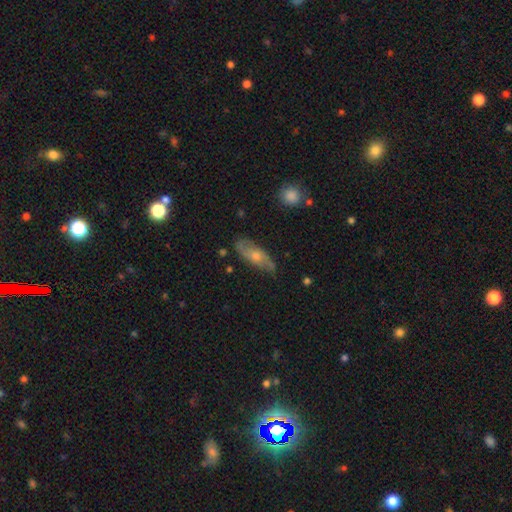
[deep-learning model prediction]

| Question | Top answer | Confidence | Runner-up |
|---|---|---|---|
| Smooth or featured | featured or disk | 61% | smooth (31%) |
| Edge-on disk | no | 78% | yes (22%) |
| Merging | none | 76% | minor disturbance (18%) |